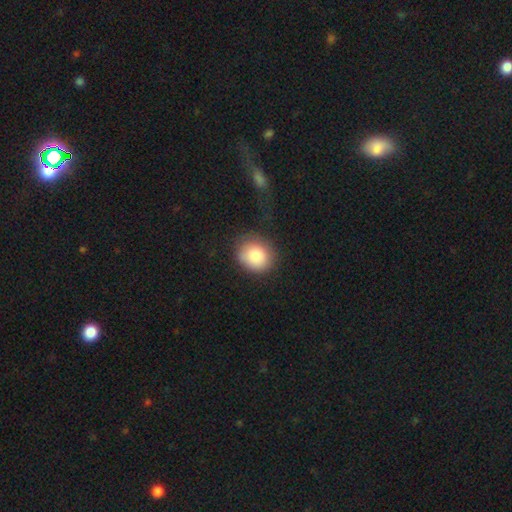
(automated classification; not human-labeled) smooth 83%, featured or disk 9%, star or artifact 8%. Down the decision tree: how rounded — round (78%); merging — none (73%).